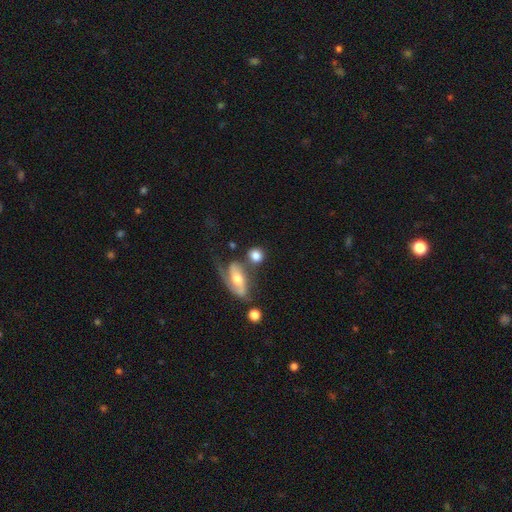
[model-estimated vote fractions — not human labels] Q: Smooth or featured?
A: smooth (71%); runner-up: featured or disk (20%)
Q: How rounded?
A: round (74%); runner-up: in between (23%)
Q: Merging?
A: none (52%); runner-up: merger (24%)